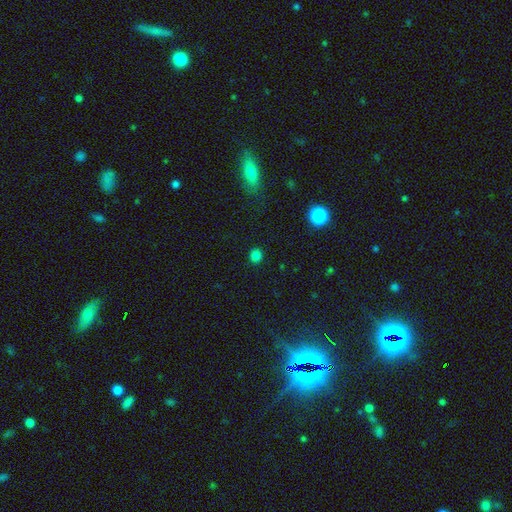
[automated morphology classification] Smooth or featured?
  - smooth: 81% *
  - star or artifact: 16%
  - featured or disk: 3%
How rounded?
  - round: 86% *
  - in between: 13%
  - cigar-shaped: 1%
Merging?
  - none: 91% *
  - minor disturbance: 6%
  - major disturbance: 2%
  - merger: 1%